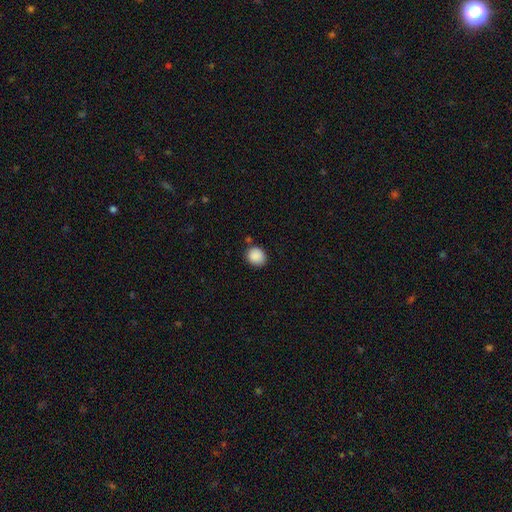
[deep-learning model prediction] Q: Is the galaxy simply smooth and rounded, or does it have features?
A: smooth — 89%.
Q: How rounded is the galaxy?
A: round — 73%.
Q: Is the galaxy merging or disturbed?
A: none — 80%.